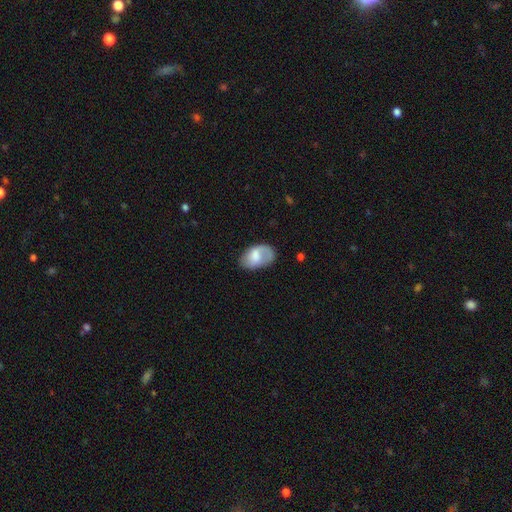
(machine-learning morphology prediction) smooth_or_featured: smooth (p=0.59) [alt: featured or disk p=0.35]
how_rounded: in between (p=0.91) [alt: round p=0.08]
merging: none (p=0.60) [alt: minor disturbance p=0.26]